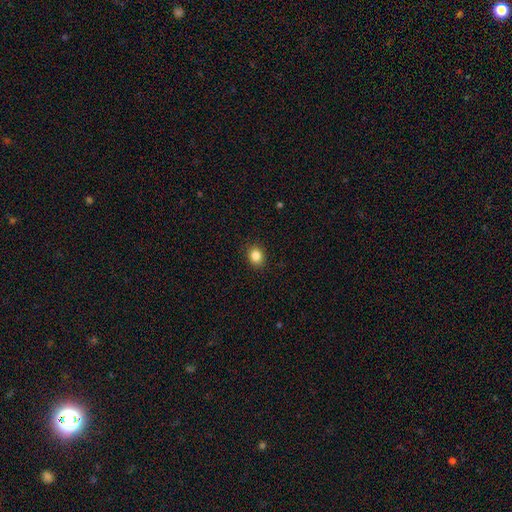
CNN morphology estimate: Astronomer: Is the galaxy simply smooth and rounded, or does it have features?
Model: smooth — 85%.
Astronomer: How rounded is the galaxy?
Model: round — 60% (runner-up: in between, 39%).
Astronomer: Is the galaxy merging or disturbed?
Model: none — 90%.